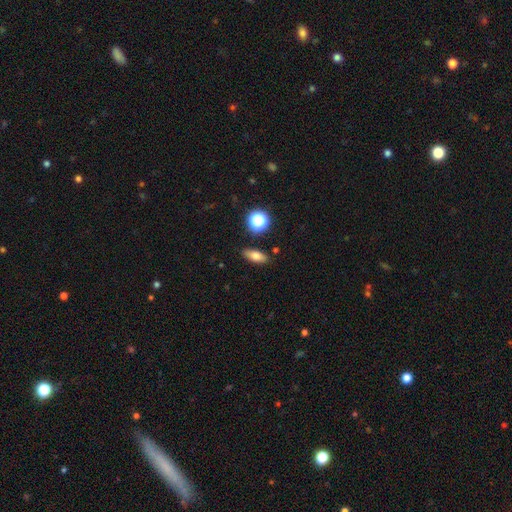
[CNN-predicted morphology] The model was most divided on "how rounded": in between: 70%, cigar-shaped: 21%, round: 9%. More confident: merging — none (85%); smooth or featured — smooth (75%).